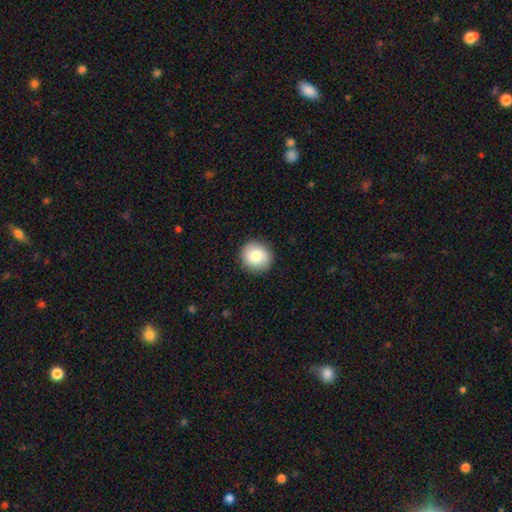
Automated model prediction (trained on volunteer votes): This appears to be a smooth galaxy with no disk features (80%) that is round (91%). Merging: none (90%).